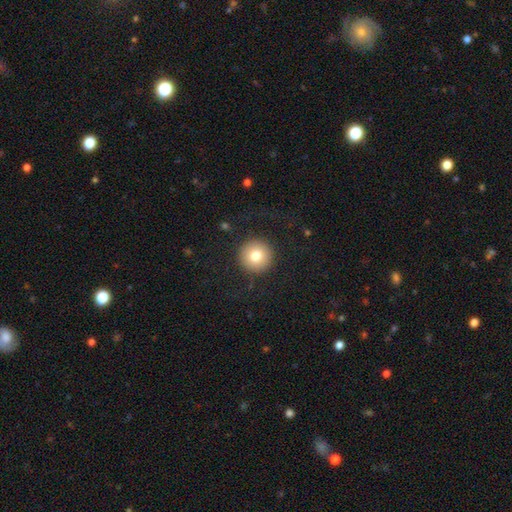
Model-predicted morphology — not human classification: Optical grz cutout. It shows a smooth galaxy with no disk features (78%) that is round (96%). Merging: none (91%).